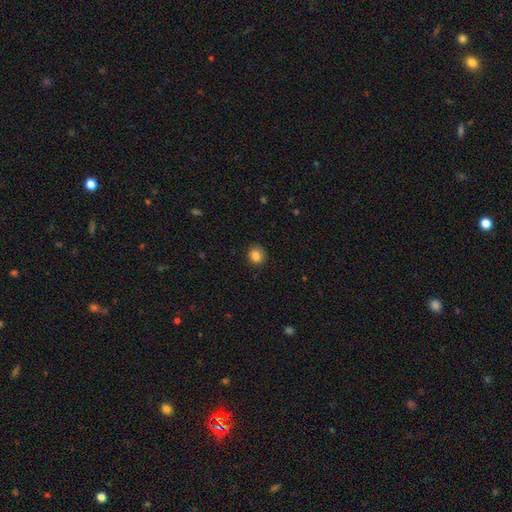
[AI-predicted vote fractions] smooth 85%, star or artifact 10%, featured or disk 4%. Down the decision tree: how rounded — round (78%); merging — none (88%).